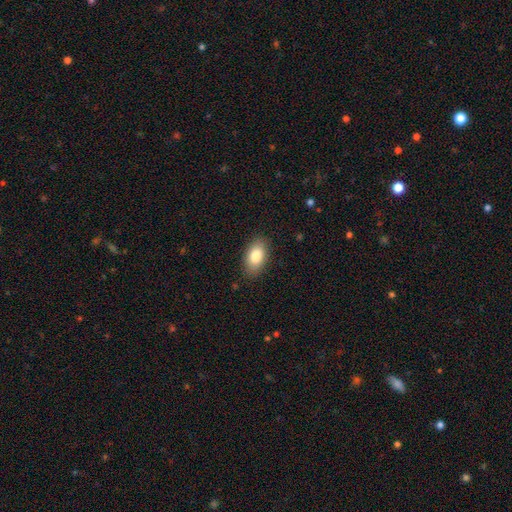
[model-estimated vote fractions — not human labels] This is clearly a smooth galaxy (83%). How rounded: clearly in between (93%). Merging: clearly none (86%).